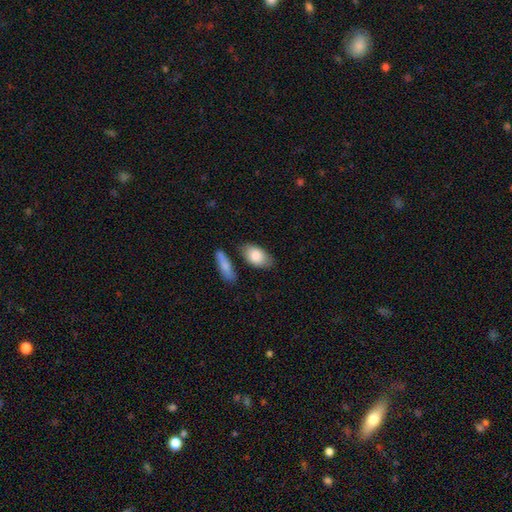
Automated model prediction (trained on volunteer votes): Overall: smooth (83%). How rounded: in between (92%). Merging: none (74%).